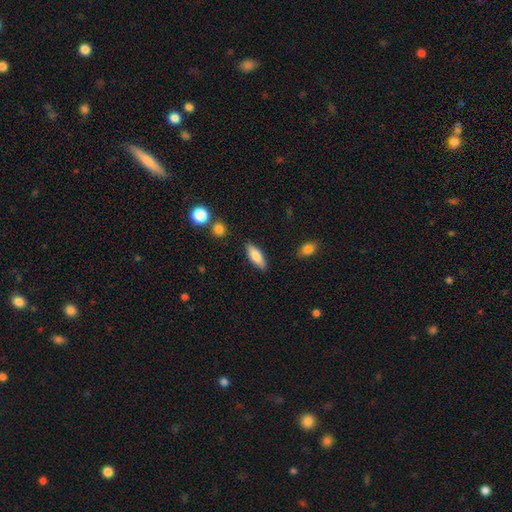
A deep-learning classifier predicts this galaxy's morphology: smooth 78%, featured or disk 16%, star or artifact 6%. Down the decision tree: how rounded — in between (60%); merging — none (85%).